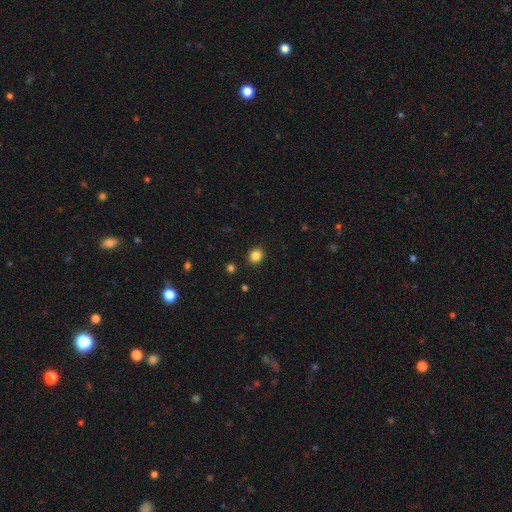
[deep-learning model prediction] Overall: smooth (85%). How rounded: round (71%). Merging: none (90%).